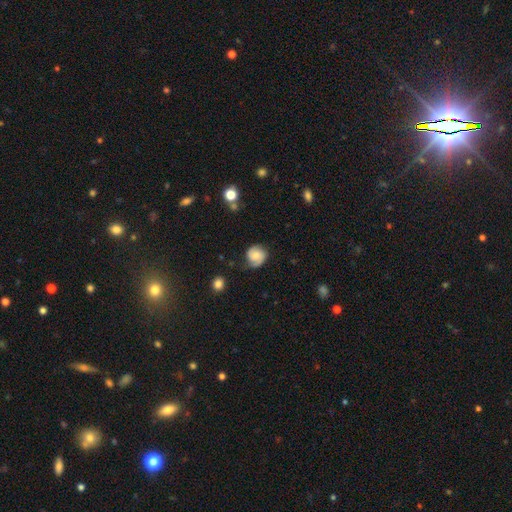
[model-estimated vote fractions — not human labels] This is possibly a featured or disk galaxy (54%). It is clearly not viewed edge-on (98%). Bar: likely no (67%). Spiral arm pattern: clearly yes (91%). Central bulge: marginally moderate (44%). Merging: likely none (65%).